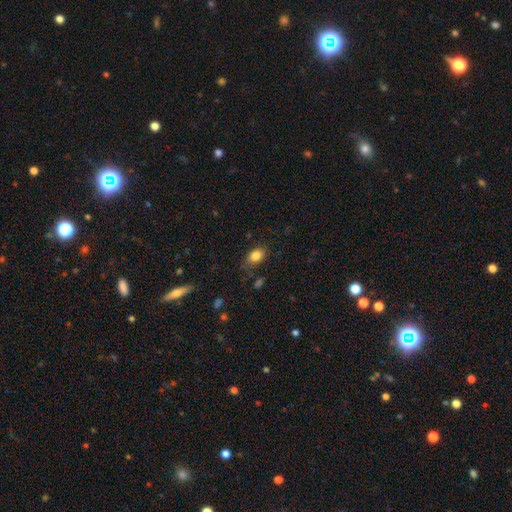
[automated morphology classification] Q: Smooth or featured?
A: smooth (83%); runner-up: star or artifact (9%)
Q: How rounded?
A: in between (79%); runner-up: round (19%)
Q: Merging?
A: none (76%); runner-up: minor disturbance (18%)